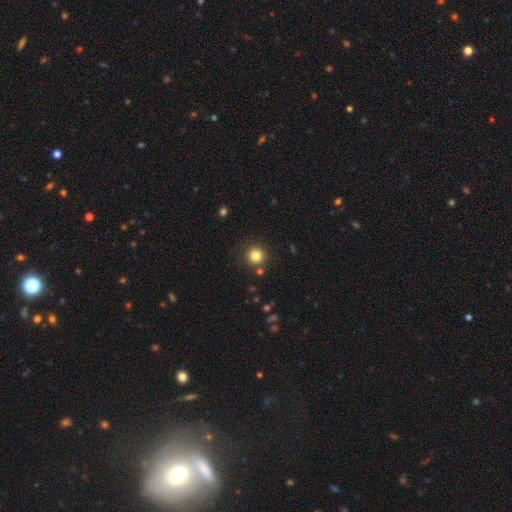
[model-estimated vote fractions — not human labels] Morphology: type=smooth (82%); roundness=round (95%); merging=none (89%).